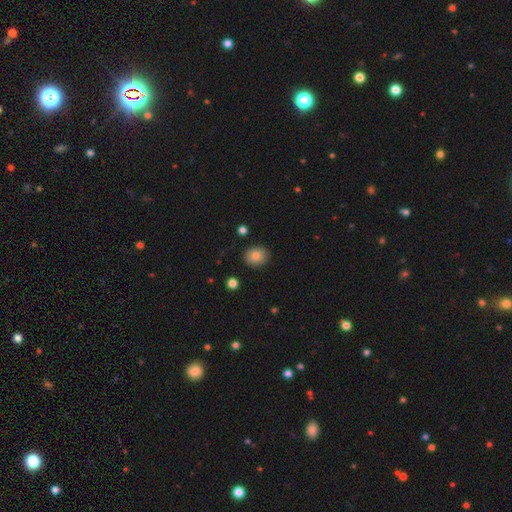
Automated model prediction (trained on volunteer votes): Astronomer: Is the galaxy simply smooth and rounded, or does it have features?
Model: smooth — 83%.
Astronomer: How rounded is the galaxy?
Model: round — 65%.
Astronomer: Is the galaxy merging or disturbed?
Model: none — 87%.